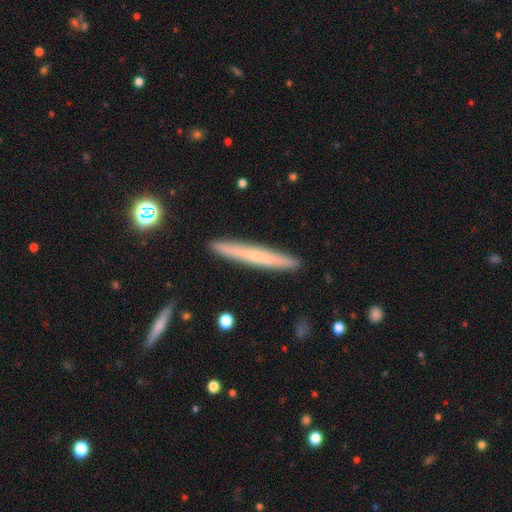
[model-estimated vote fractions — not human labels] smooth 58%, featured or disk 36%, star or artifact 6%. Down the decision tree: how rounded — cigar-shaped (97%); merging — none (90%).